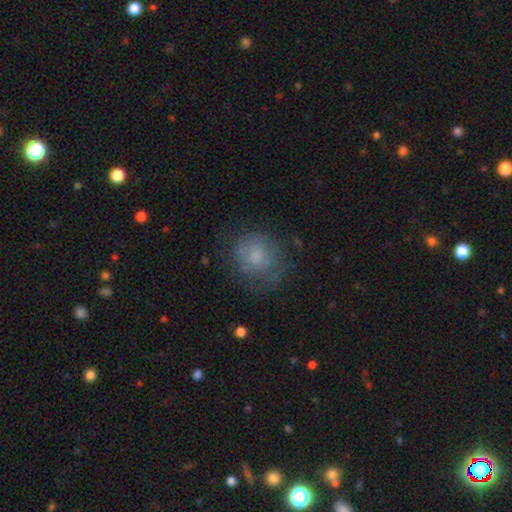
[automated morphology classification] This is likely a smooth galaxy (65%). How rounded: likely round (76%). Merging: likely none (63%).